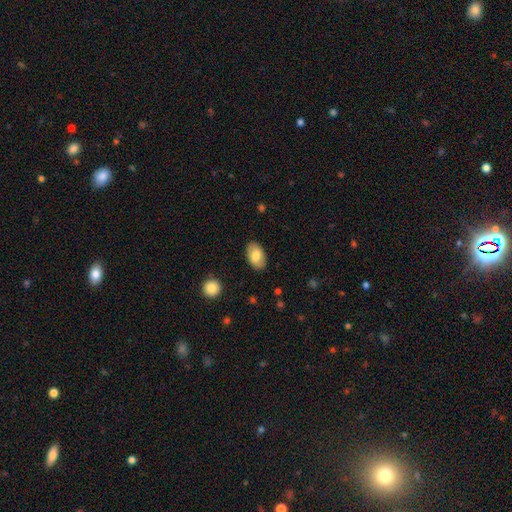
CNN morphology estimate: smooth-or-featured: smooth: 77% | featured or disk: 17% | star or artifact: 6%
  how-rounded: in between: 92% | round: 6% | cigar-shaped: 1%
  merging: none: 86% | minor disturbance: 10% | major disturbance: 2% | merger: 1%